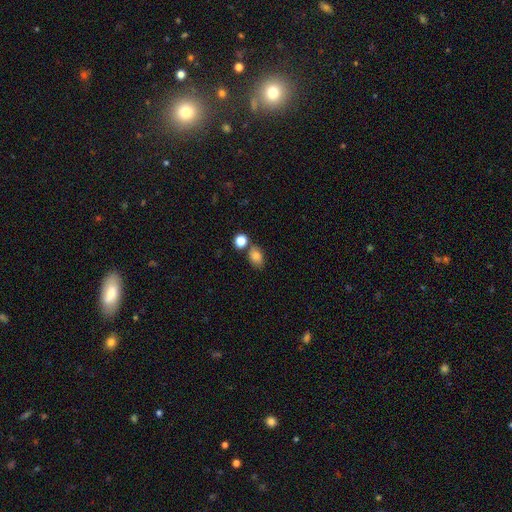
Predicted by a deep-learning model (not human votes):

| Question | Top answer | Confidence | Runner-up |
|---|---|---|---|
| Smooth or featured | smooth | 81% | star or artifact (11%) |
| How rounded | in between | 72% | round (26%) |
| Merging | none | 67% | merger (16%) |